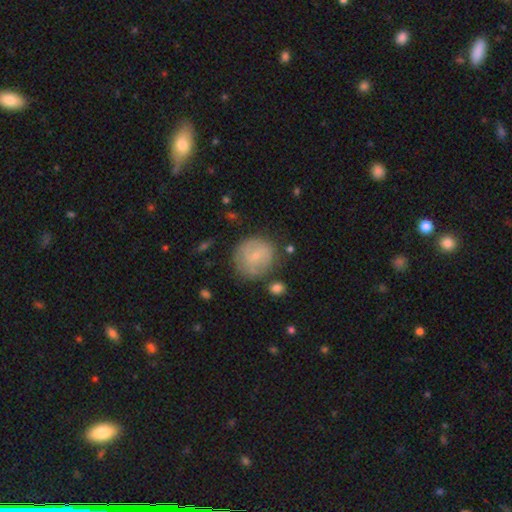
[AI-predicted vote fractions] A smooth galaxy with no disk features (65%) that is round (85%). Merging: none (68%).